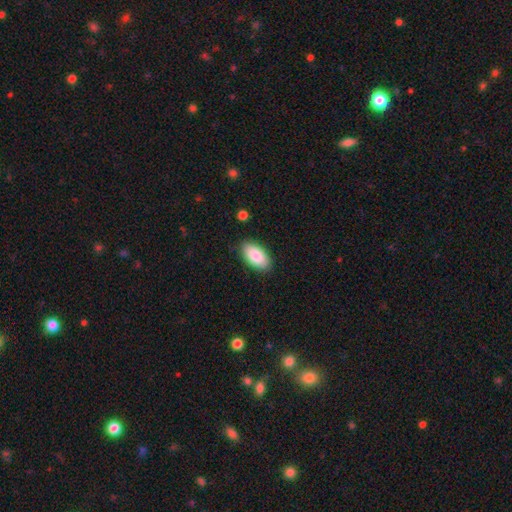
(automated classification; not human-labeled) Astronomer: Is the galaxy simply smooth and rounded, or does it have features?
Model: smooth — 87%.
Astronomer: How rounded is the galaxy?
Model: in between — 95%.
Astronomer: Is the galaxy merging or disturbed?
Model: none — 87%.